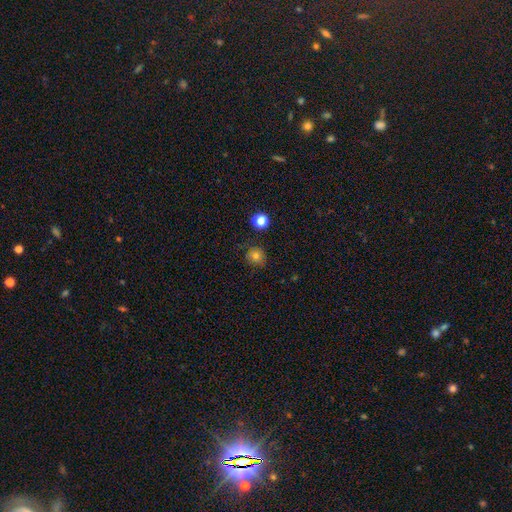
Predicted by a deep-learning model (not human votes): This is likely a smooth galaxy (76%). How rounded: clearly round (87%). Merging: likely none (79%).